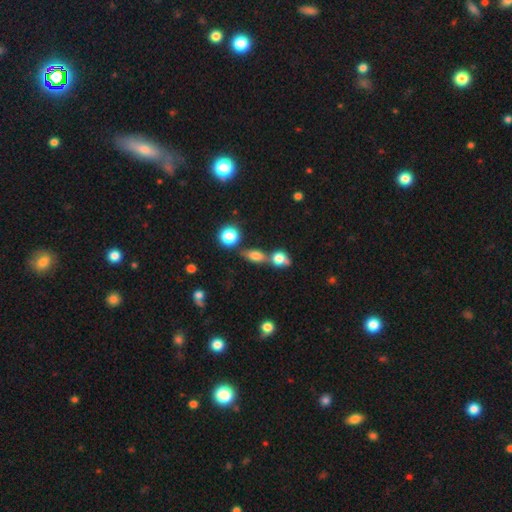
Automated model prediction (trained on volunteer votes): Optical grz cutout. It shows a smooth galaxy with no disk features (70%) that is in between round and cigar-shaped (55%). Merging: none (49%).